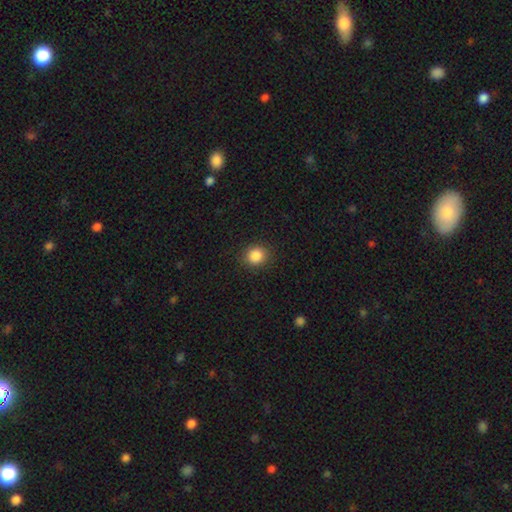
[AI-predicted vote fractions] This appears to be a smooth galaxy with no disk features (86%) that is round (79%). Merging: none (89%).